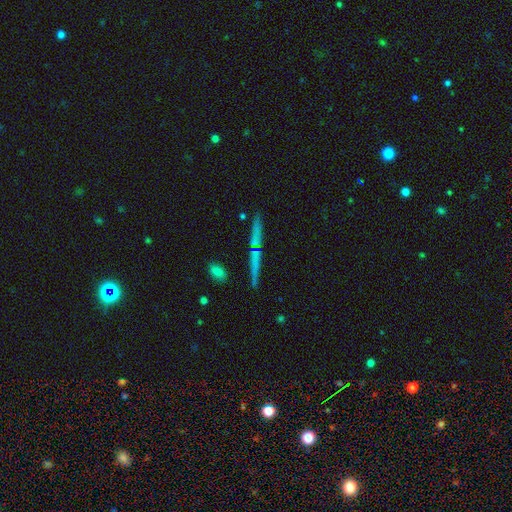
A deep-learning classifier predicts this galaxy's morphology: This appears to be a featured or disk galaxy (52%) viewed edge-on (92%). Merging: none (84%).